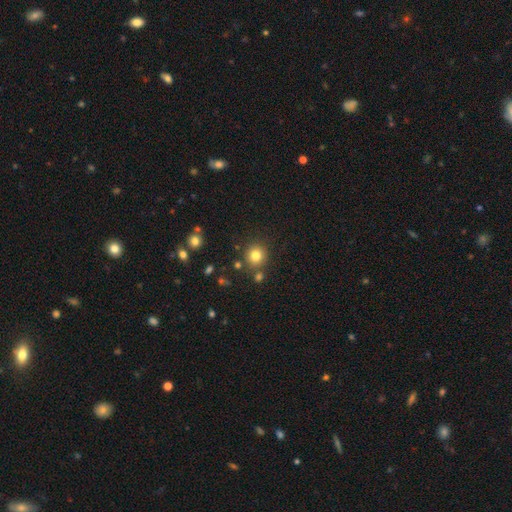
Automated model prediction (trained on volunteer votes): This appears to be a smooth galaxy with no disk features (80%) that is round (91%). Merging: none (82%).